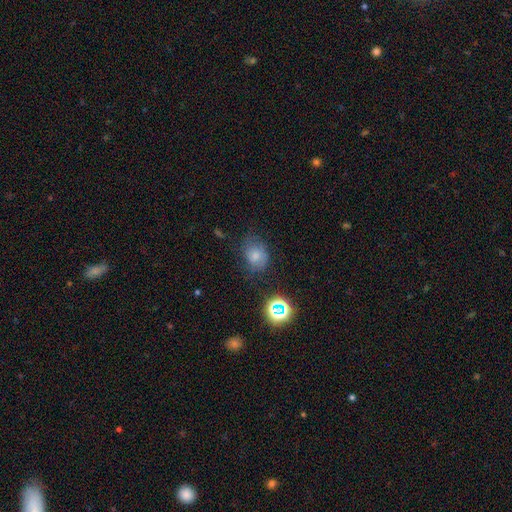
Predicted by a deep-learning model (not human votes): Overall: smooth (71%). How rounded: round (57%; in between 42%). Merging: none (61%; minor disturbance 26%).